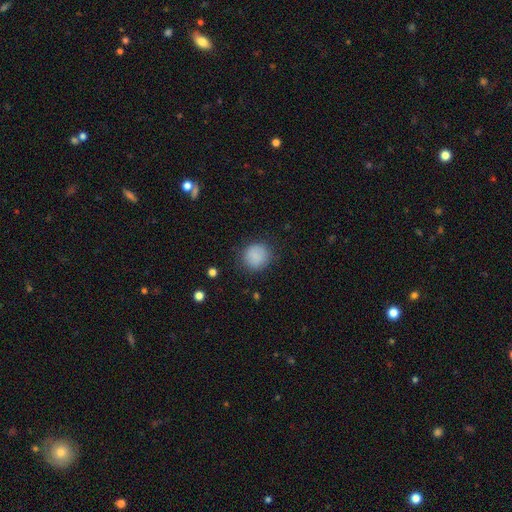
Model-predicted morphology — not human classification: The model was most divided on "merging": none: 83%, minor disturbance: 12%, major disturbance: 4%, merger: 1%. More confident: how rounded — round (88%); smooth or featured — smooth (86%).